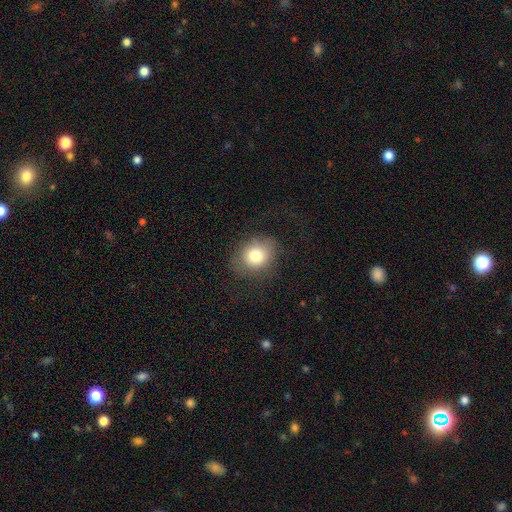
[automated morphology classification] This appears to be a smooth galaxy with no disk features (79%) that is round (61%). Merging: none (73%).